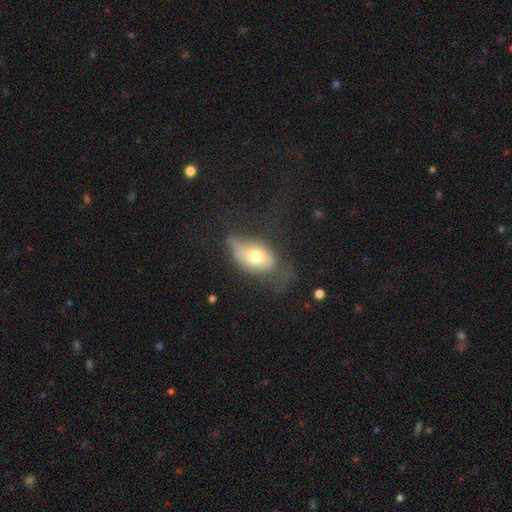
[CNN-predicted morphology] Smooth or featured?
  - smooth: 64% *
  - featured or disk: 27%
  - star or artifact: 9%
How rounded?
  - in between: 83% *
  - round: 14%
  - cigar-shaped: 3%
Merging?
  - minor disturbance: 33% *
  - none: 32%
  - major disturbance: 32%
  - merger: 3%